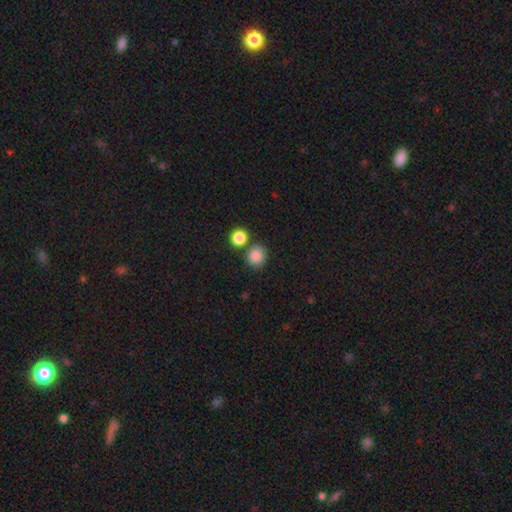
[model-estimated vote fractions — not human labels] This is clearly a smooth galaxy (86%). How rounded: clearly round (81%). Merging: likely none (72%).